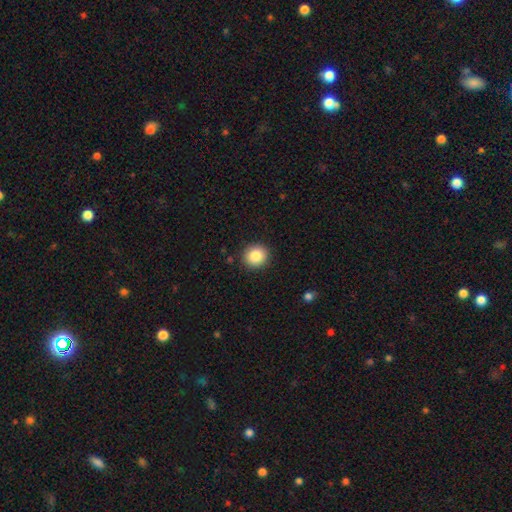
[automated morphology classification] Smooth or featured: smooth — 85% (star or artifact — 9%)
How rounded: round — 89% (in between — 10%)
Merging: none — 91% (minor disturbance — 6%)